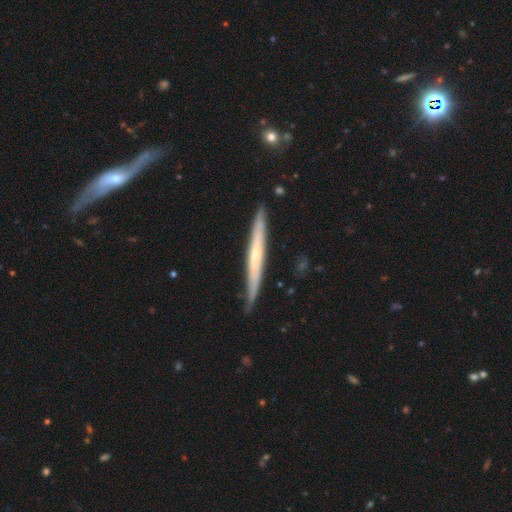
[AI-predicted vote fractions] A featured or disk galaxy (61%) viewed edge-on (94%) with no central bulge (65%).

Vote fractions:
- Smooth or featured? featured or disk: 61% / smooth: 34% / star or artifact: 5%
- Edge-on disk? yes: 94% / no: 6%
- Edge-on bulge? none: 65% / rounded: 28% / boxy: 7%
- Merging? none: 84% / minor disturbance: 12% / major disturbance: 2% / merger: 2%